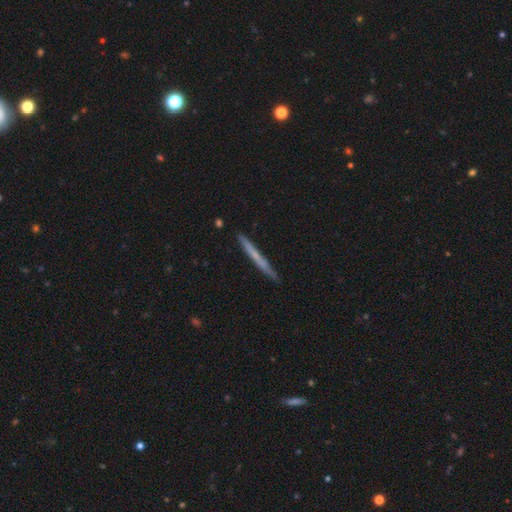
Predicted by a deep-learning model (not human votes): smooth_or_featured: smooth (p=0.50) [alt: featured or disk p=0.44]
how_rounded: cigar-shaped (p=0.97) [alt: in between p=0.02]
merging: none (p=0.88) [alt: minor disturbance p=0.09]